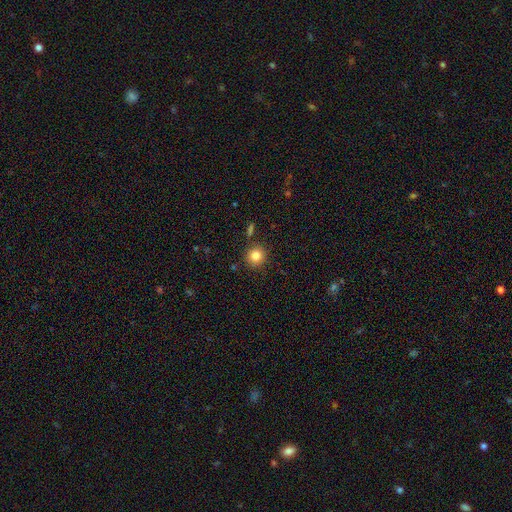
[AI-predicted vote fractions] smooth-or-featured: smooth: 83% | star or artifact: 11% | featured or disk: 6%
  how-rounded: round: 92% | in between: 7% | cigar-shaped: 1%
  merging: none: 87% | minor disturbance: 7% | merger: 3% | major disturbance: 2%